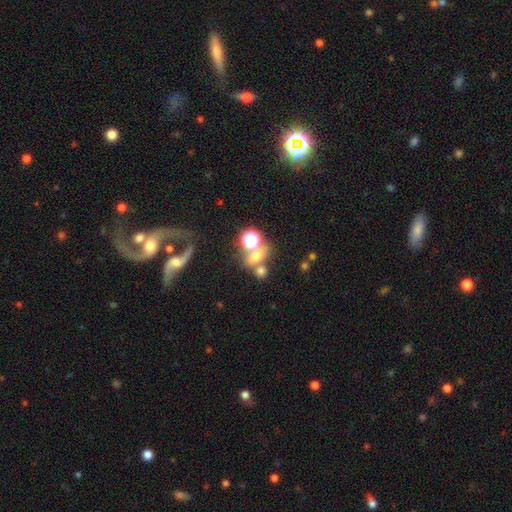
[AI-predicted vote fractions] Smooth or featured? smooth (58%)
How rounded? round (65%)
Merging? none (46%)